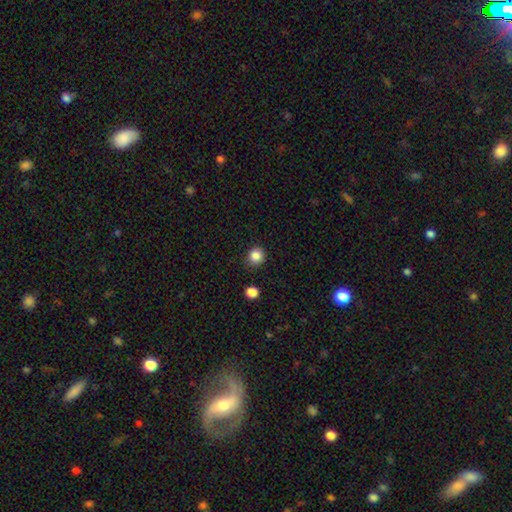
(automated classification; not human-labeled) A smooth galaxy with no disk features (86%) that is round (90%).

Vote fractions:
- Smooth or featured? smooth: 86% / star or artifact: 11% / featured or disk: 4%
- How rounded? round: 90% / in between: 9% / cigar-shaped: 1%
- Merging? none: 86% / minor disturbance: 10% / major disturbance: 2% / merger: 2%